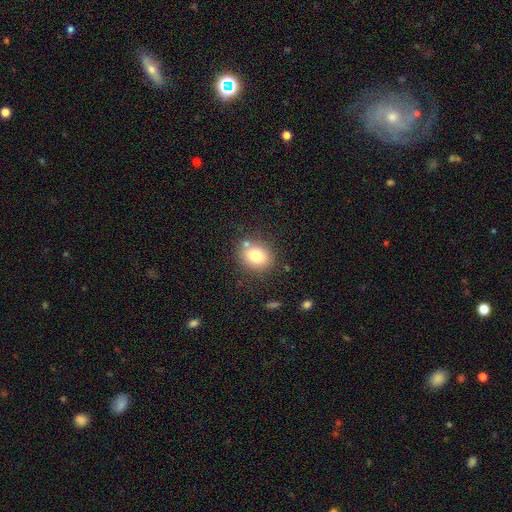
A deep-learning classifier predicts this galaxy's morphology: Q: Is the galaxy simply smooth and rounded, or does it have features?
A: smooth — 78%.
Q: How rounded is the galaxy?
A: round — 63%.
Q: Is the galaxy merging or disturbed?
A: none — 76%.